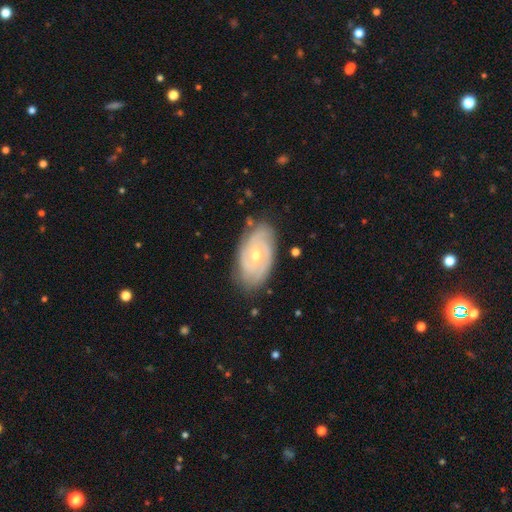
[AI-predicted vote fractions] Smooth or featured? featured or disk (84%)
Edge-on disk? no (96%)
Bar? no (60%)
Spiral arms? yes (95%)
Spiral winding? tight (70%)
Spiral arm count? 2 (43%)
Bulge size? small (49%)
Merging? none (78%)